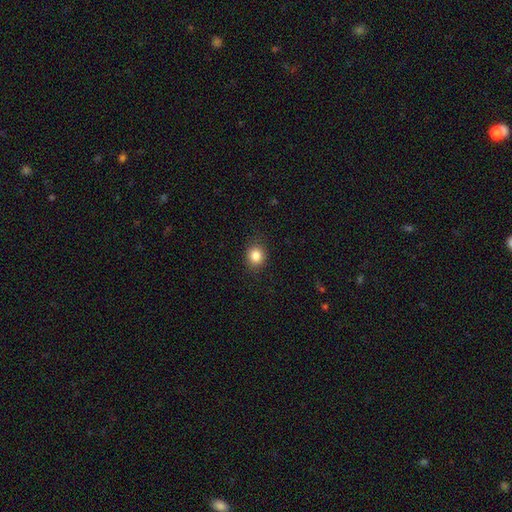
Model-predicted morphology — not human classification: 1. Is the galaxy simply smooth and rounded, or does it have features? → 85% smooth, 10% star or artifact, 5% featured or disk.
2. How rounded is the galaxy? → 75% round, 24% in between, 1% cigar-shaped.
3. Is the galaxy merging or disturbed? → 88% none, 9% minor disturbance, 3% major disturbance, 1% merger.